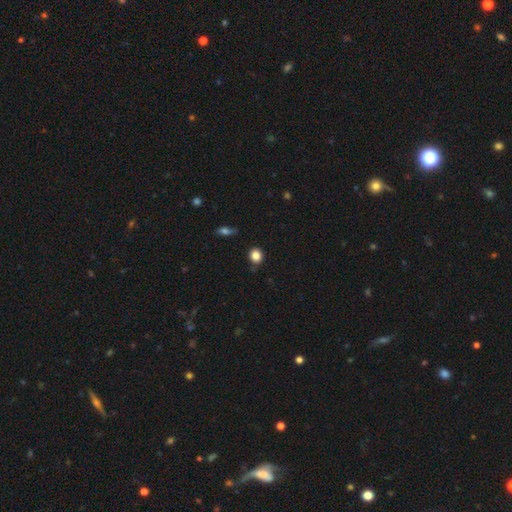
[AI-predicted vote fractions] This appears to be a smooth galaxy with no disk features (85%) that is round (72%). Merging: none (82%).